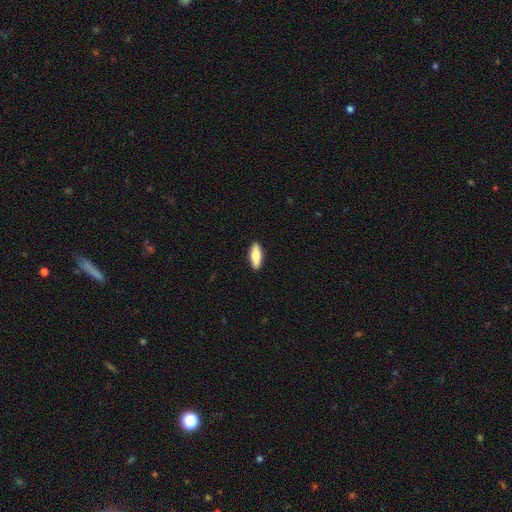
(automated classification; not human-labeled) Q: Smooth or featured?
A: smooth (75%); runner-up: featured or disk (20%)
Q: How rounded?
A: in between (61%); runner-up: cigar-shaped (37%)
Q: Merging?
A: none (91%); runner-up: minor disturbance (7%)